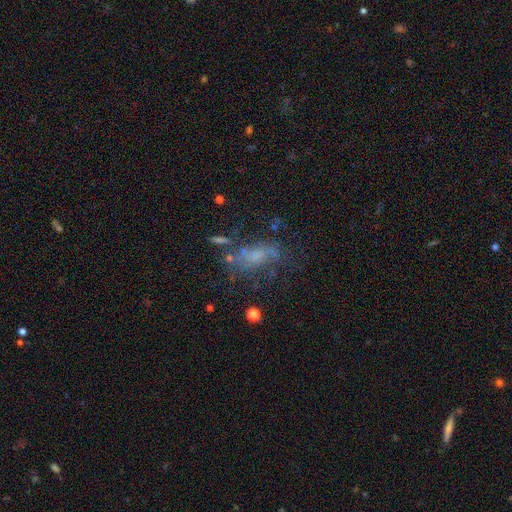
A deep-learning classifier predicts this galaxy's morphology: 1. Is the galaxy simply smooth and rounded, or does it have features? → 44% featured or disk, 34% smooth, 23% star or artifact.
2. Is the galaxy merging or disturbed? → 43% none, 25% major disturbance, 20% minor disturbance, 11% merger.